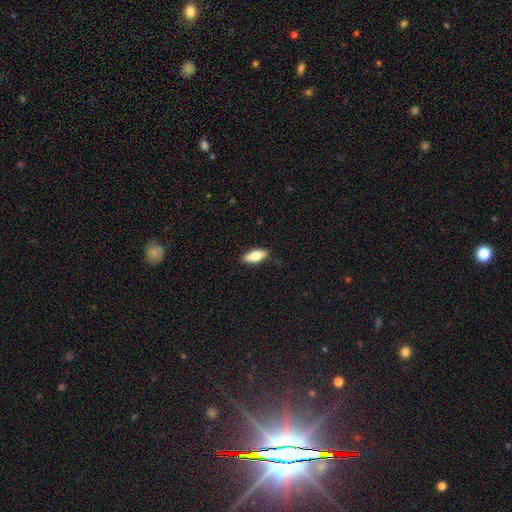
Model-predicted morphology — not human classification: The model was most divided on "smooth or featured": smooth: 73%, featured or disk: 20%, star or artifact: 6%. More confident: merging — none (85%); how rounded — in between (77%).